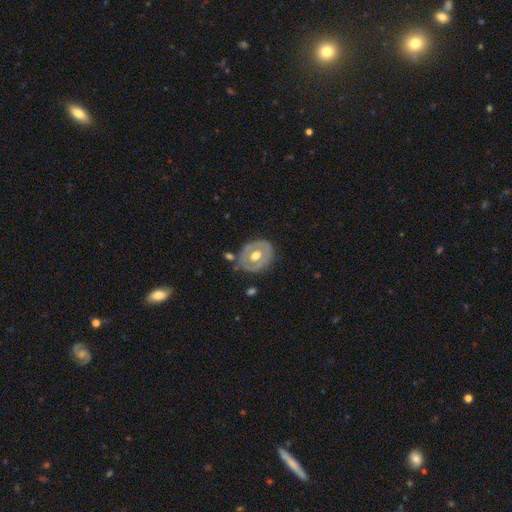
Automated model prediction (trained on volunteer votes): Smooth or featured? featured or disk (56%)
Edge-on disk? no (93%)
Bar? no (76%)
Spiral arms? no (84%)
Bulge size? moderate (69%)
Merging? none (70%)